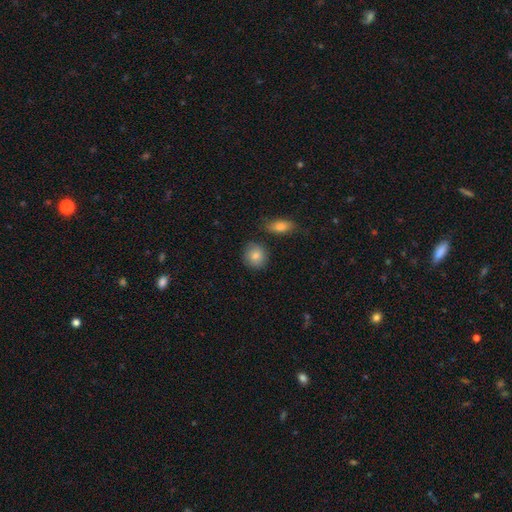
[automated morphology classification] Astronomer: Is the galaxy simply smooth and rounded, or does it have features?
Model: smooth — 84%.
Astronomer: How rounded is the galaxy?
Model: round — 82%.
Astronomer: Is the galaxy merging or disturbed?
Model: none — 81%.